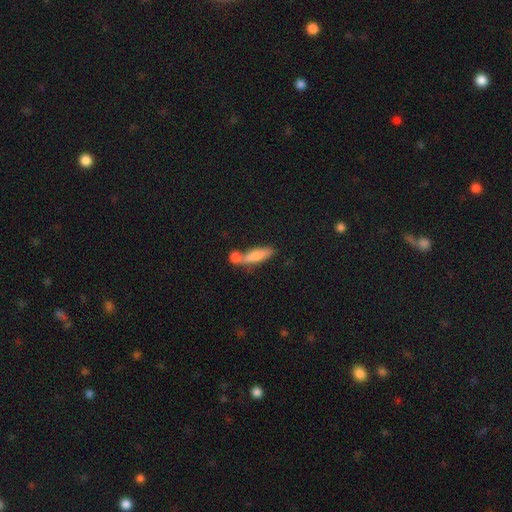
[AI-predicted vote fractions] Morphology: type=smooth (72%); roundness=cigar-shaped (65%); merging=none (49%).